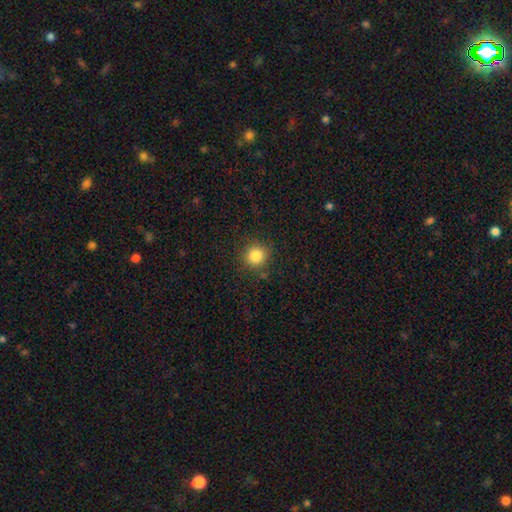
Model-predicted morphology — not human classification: smooth_or_featured: smooth (p=0.84) [alt: star or artifact p=0.11]
how_rounded: round (p=0.91) [alt: in between p=0.08]
merging: none (p=0.87) [alt: minor disturbance p=0.08]